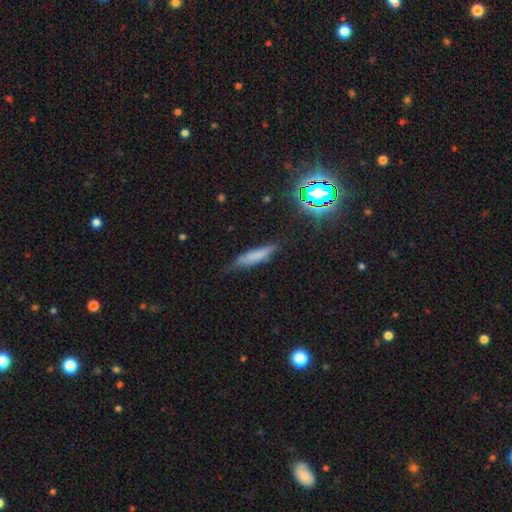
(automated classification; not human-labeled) A smooth galaxy with no disk features (68%) that is cigar-shaped (81%).

Vote fractions:
- Smooth or featured? smooth: 68% / featured or disk: 21% / star or artifact: 11%
- How rounded? cigar-shaped: 81% / in between: 17% / round: 2%
- Merging? none: 68% / minor disturbance: 24% / major disturbance: 6% / merger: 2%